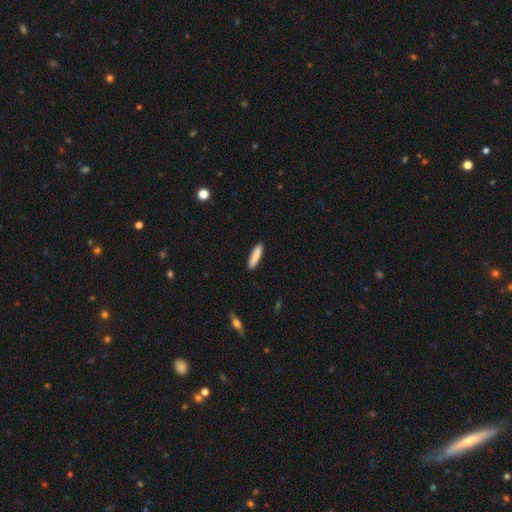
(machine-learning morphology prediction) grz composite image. It shows a smooth galaxy with no disk features (87%) that is cigar-shaped (79%). Merging: none (90%).